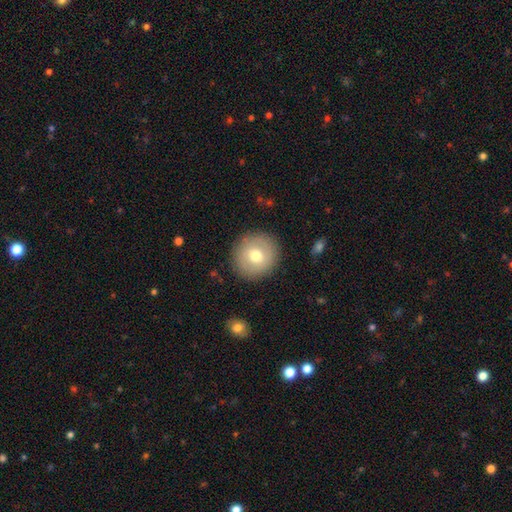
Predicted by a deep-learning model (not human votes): A smooth galaxy with no disk features (67%) that is round (91%). Merging: none (88%).